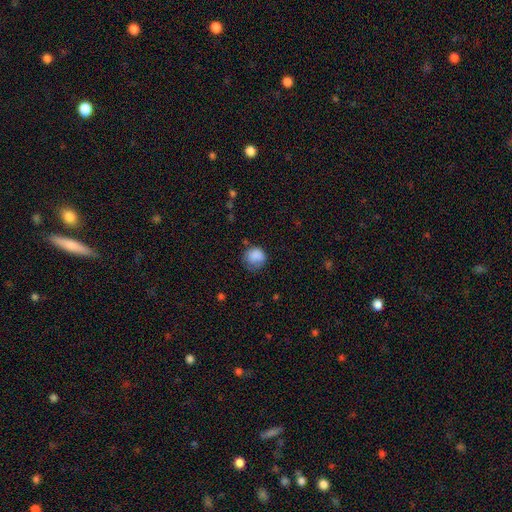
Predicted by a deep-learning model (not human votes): Smooth or featured?
  - smooth: 83% *
  - star or artifact: 8%
  - featured or disk: 8%
How rounded?
  - round: 82% *
  - in between: 17%
  - cigar-shaped: 1%
Merging?
  - none: 57% *
  - minor disturbance: 28%
  - major disturbance: 12%
  - merger: 2%